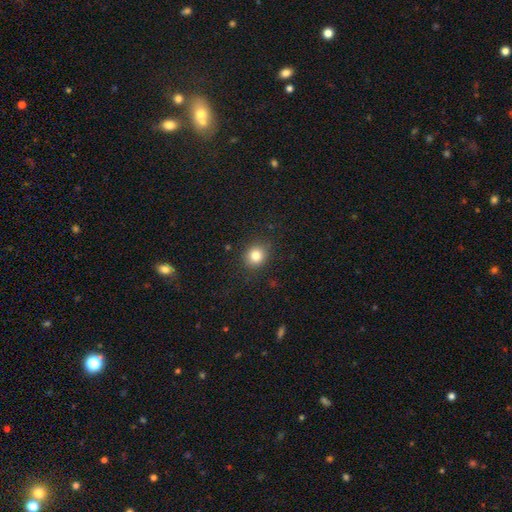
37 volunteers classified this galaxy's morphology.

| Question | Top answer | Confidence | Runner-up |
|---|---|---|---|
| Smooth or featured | smooth | 86% | featured or disk (8%) |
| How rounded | round | 88% | in between (12%) |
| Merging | none | 97% | minor disturbance (3%) |